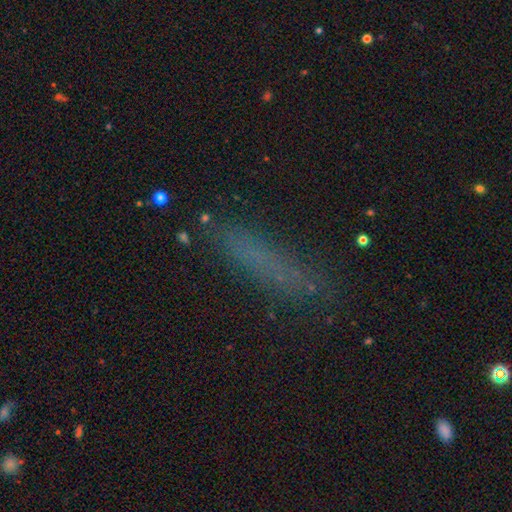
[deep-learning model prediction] Smooth or featured? smooth (62%)
How rounded? cigar-shaped (83%)
Merging? none (73%)